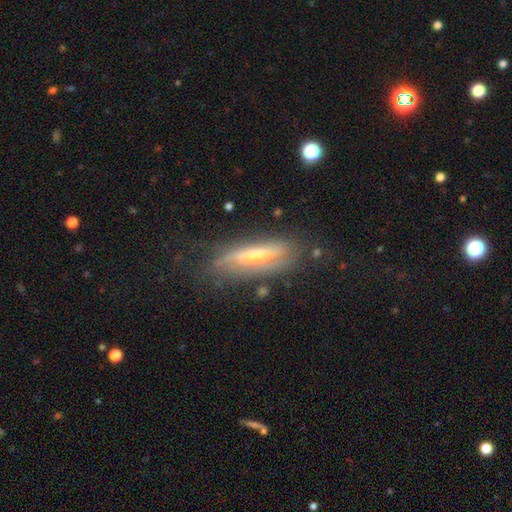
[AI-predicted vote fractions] Q: Smooth or featured?
A: featured or disk (58%); runner-up: smooth (34%)
Q: Edge-on disk?
A: yes (55%); runner-up: no (45%)
Q: Merging?
A: none (63%); runner-up: minor disturbance (24%)